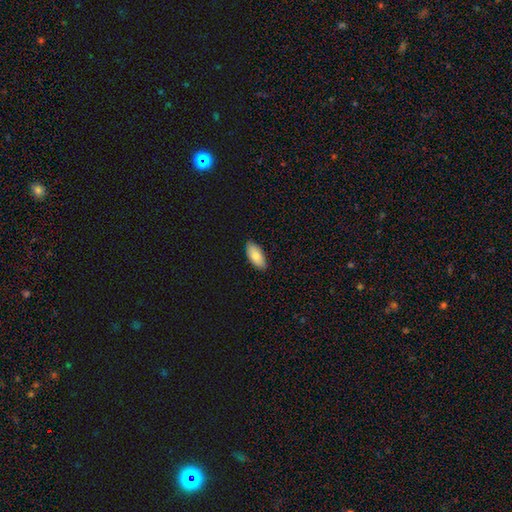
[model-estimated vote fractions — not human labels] Smooth or featured? Predicted: smooth (p=0.81). How rounded? Predicted: in between (p=0.90). Merging? Predicted: none (p=0.86).